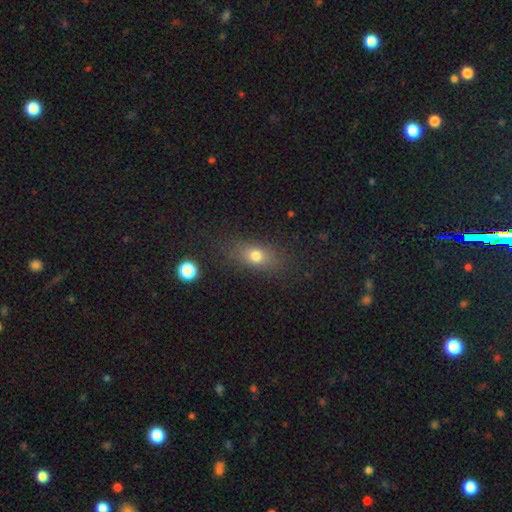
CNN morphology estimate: Q: Smooth or featured?
A: smooth (74%); runner-up: star or artifact (14%)
Q: How rounded?
A: in between (68%); runner-up: round (24%)
Q: Merging?
A: none (79%); runner-up: minor disturbance (13%)